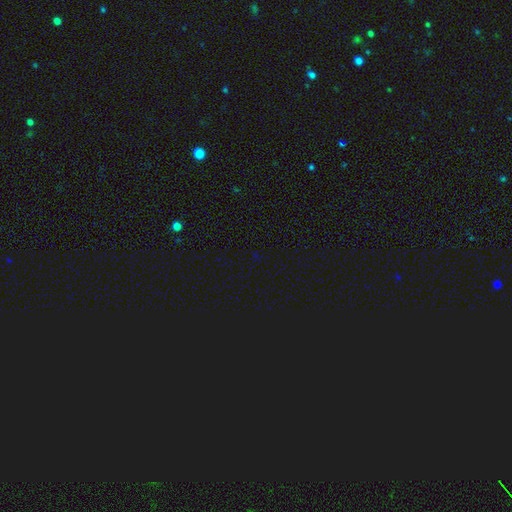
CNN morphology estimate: star or artifact 74%, smooth 20%, featured or disk 7%.